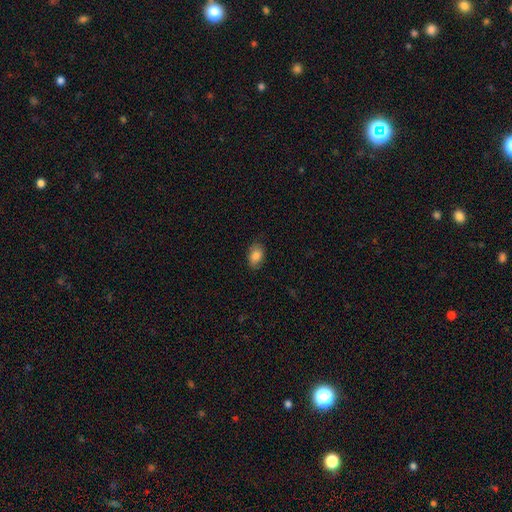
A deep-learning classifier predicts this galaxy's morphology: smooth 85%, star or artifact 8%, featured or disk 7%. Down the decision tree: how rounded — in between (88%); merging — none (81%).